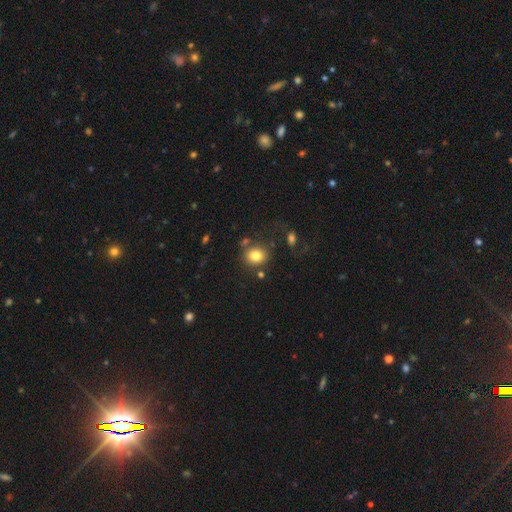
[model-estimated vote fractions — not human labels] Q: Smooth or featured?
A: smooth (81%); runner-up: star or artifact (11%)
Q: How rounded?
A: round (74%); runner-up: in between (25%)
Q: Merging?
A: none (76%); runner-up: minor disturbance (12%)